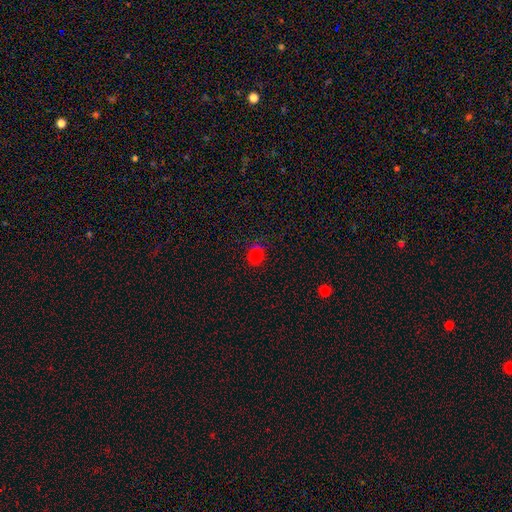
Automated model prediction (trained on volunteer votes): Q: Smooth or featured?
A: smooth (77%); runner-up: star or artifact (18%)
Q: How rounded?
A: round (83%); runner-up: in between (16%)
Q: Merging?
A: none (80%); runner-up: minor disturbance (12%)